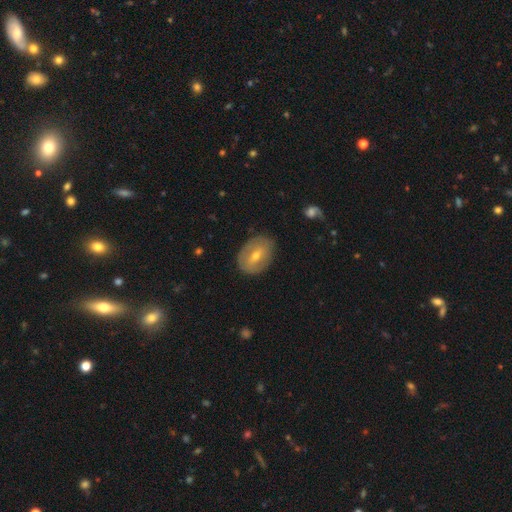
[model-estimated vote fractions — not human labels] smooth-or-featured: featured or disk: 50% | smooth: 42% | star or artifact: 8%
  disk-edge-on: no: 91% | yes: 9%
  merging: none: 82% | minor disturbance: 13% | major disturbance: 4% | merger: 1%